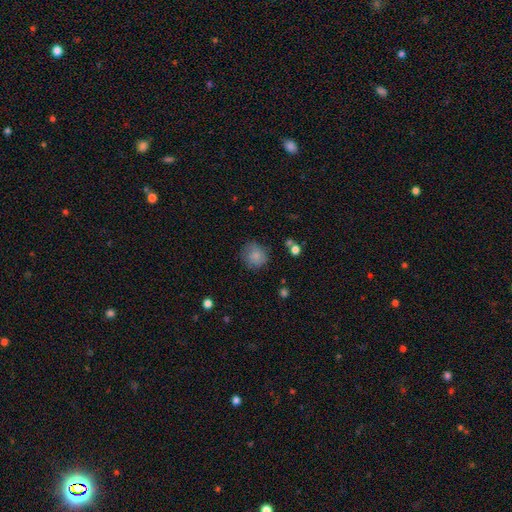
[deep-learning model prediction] A smooth galaxy with no disk features (82%) that is round (87%).

Vote fractions:
- Smooth or featured? smooth: 82% / star or artifact: 9% / featured or disk: 8%
- How rounded? round: 87% / in between: 12% / cigar-shaped: 1%
- Merging? none: 74% / minor disturbance: 18% / major disturbance: 6% / merger: 2%